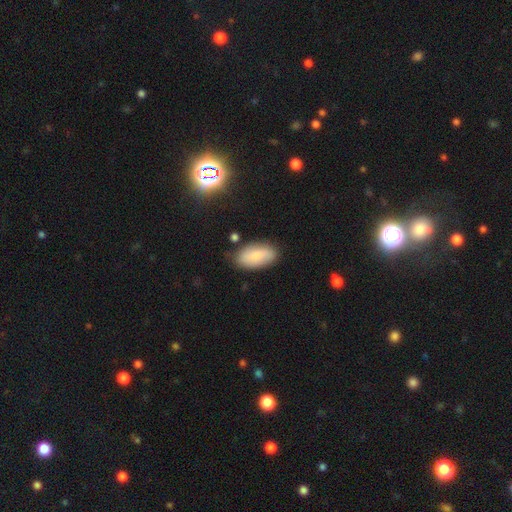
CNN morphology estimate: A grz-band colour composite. It shows a smooth galaxy with no disk features (76%) that is in between round and cigar-shaped (93%). Merging: none (79%).